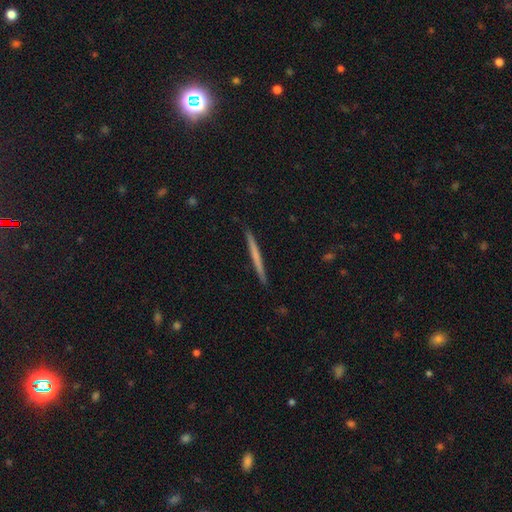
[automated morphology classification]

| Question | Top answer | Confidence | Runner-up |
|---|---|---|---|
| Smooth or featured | smooth | 51% | featured or disk (44%) |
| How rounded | cigar-shaped | 97% | in between (1%) |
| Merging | none | 92% | minor disturbance (6%) |